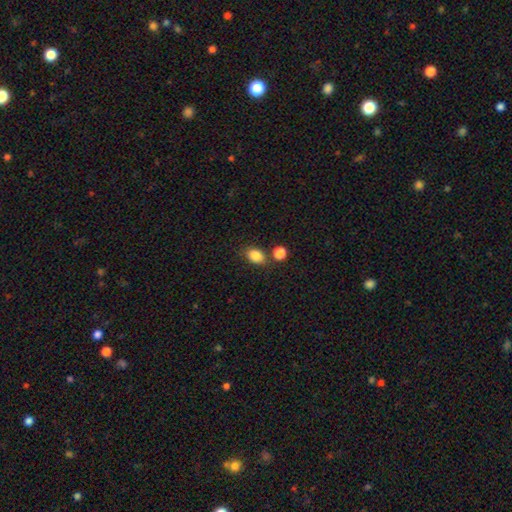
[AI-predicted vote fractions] Q: Smooth or featured?
A: smooth (86%); runner-up: star or artifact (10%)
Q: How rounded?
A: in between (75%); runner-up: round (24%)
Q: Merging?
A: none (70%); runner-up: minor disturbance (13%)